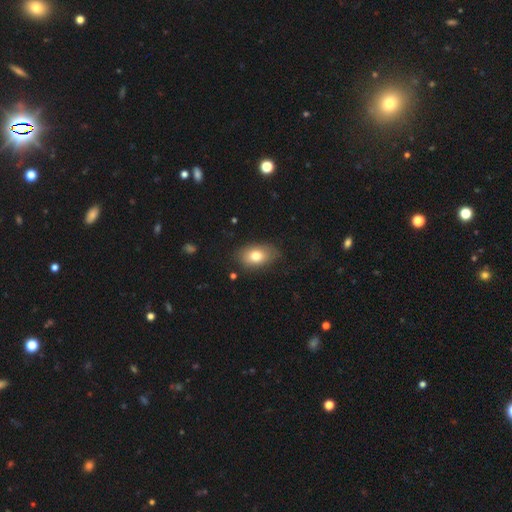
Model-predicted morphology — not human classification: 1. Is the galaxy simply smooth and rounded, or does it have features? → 77% smooth, 14% featured or disk, 9% star or artifact.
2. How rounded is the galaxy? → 85% in between, 13% round, 2% cigar-shaped.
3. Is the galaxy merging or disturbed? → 76% none, 18% minor disturbance, 5% major disturbance, 1% merger.